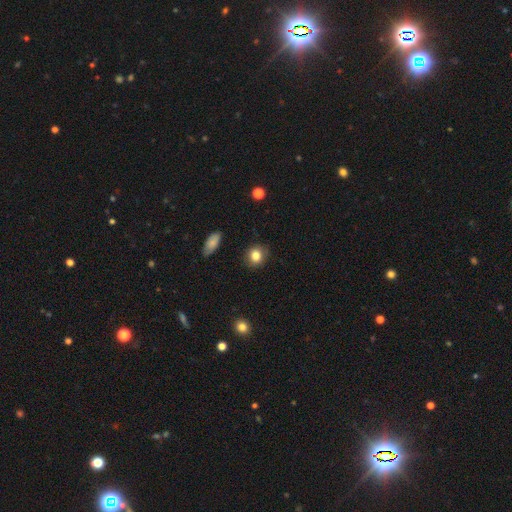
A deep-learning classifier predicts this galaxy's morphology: Smooth or featured? smooth (83%)
How rounded? round (77%)
Merging? none (85%)